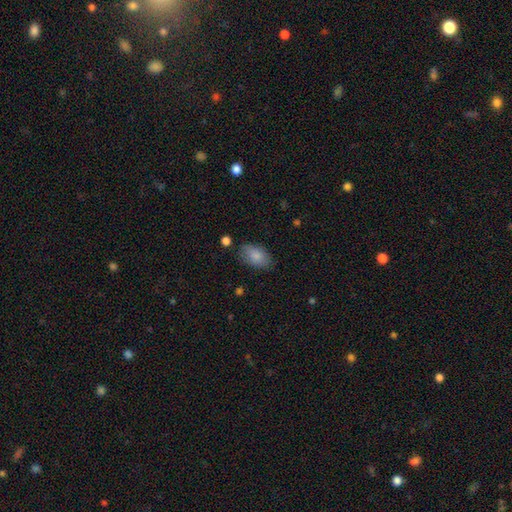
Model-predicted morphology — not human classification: Overall: smooth (86%). How rounded: in between (91%). Merging: none (78%).